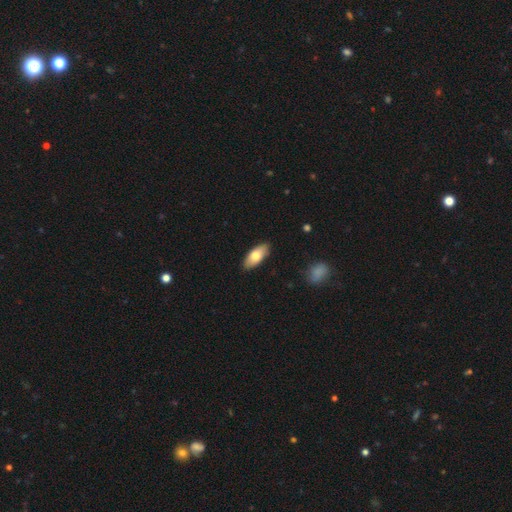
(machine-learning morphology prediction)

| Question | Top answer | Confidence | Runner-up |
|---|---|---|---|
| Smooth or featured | smooth | 75% | featured or disk (19%) |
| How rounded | in between | 87% | cigar-shaped (11%) |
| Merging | none | 88% | minor disturbance (9%) |